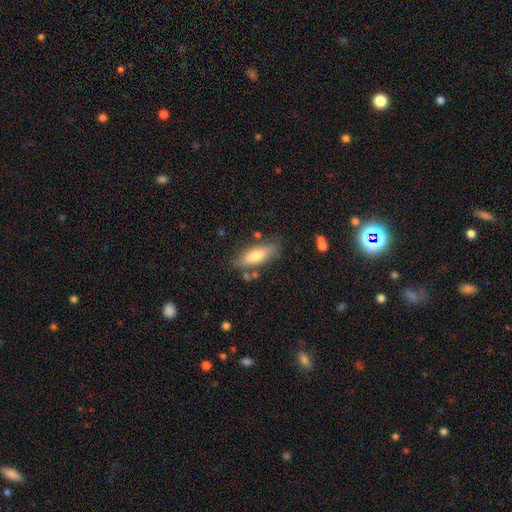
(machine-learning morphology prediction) smooth_or_featured: smooth (p=0.68) [alt: featured or disk p=0.25]
how_rounded: in between (p=0.60) [alt: cigar-shaped p=0.38]
merging: none (p=0.75) [alt: minor disturbance p=0.16]